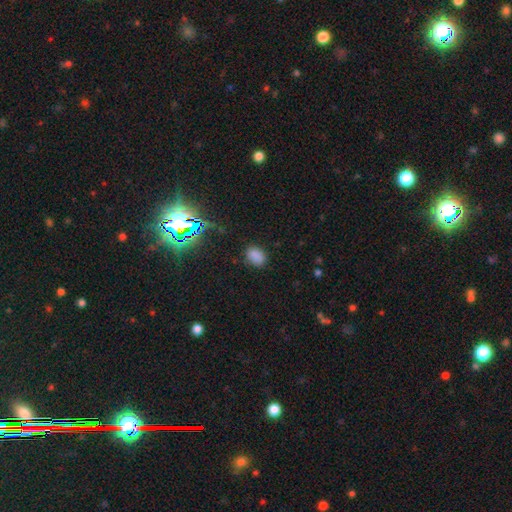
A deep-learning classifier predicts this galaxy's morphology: smooth 80%, star or artifact 16%, featured or disk 4%. Down the decision tree: how rounded — in between (75%); merging — none (82%).